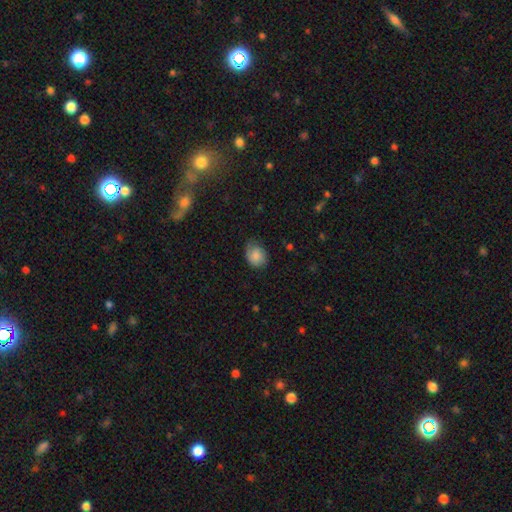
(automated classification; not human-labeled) Morphology: type=smooth (79%); roundness=in between (53%); merging=none (61%).